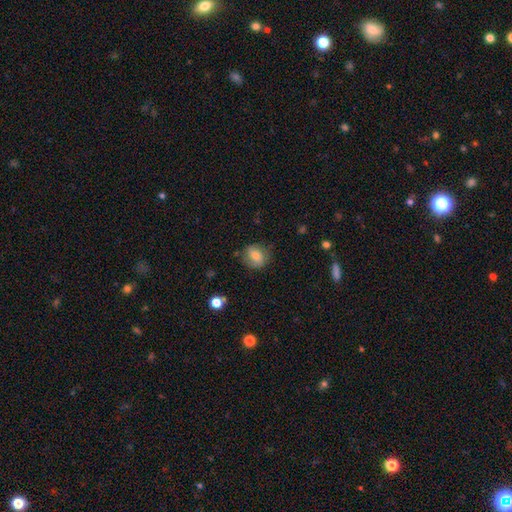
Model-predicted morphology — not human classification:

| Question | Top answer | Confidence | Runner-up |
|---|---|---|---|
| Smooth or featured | smooth | 66% | featured or disk (25%) |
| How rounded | round | 66% | in between (33%) |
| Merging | none | 71% | minor disturbance (20%) |